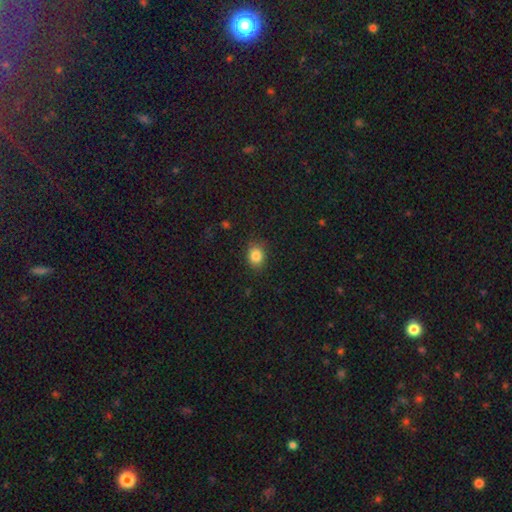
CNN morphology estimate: type=smooth (85%); roundness=round (55%); merging=none (85%).